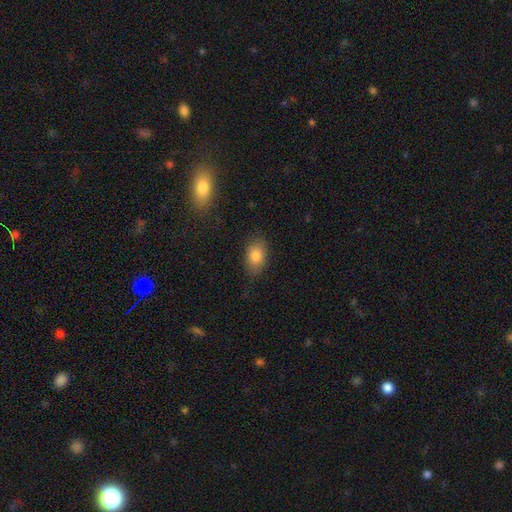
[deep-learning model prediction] smooth-or-featured: smooth: 81% | featured or disk: 10% | star or artifact: 9%
  how-rounded: in between: 84% | round: 15% | cigar-shaped: 2%
  merging: none: 81% | minor disturbance: 14% | major disturbance: 4% | merger: 1%